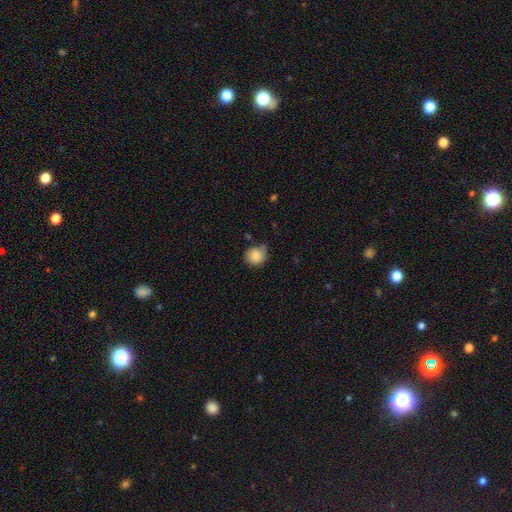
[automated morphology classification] This is likely a smooth galaxy (80%). How rounded: clearly round (83%). Merging: possibly none (59%).